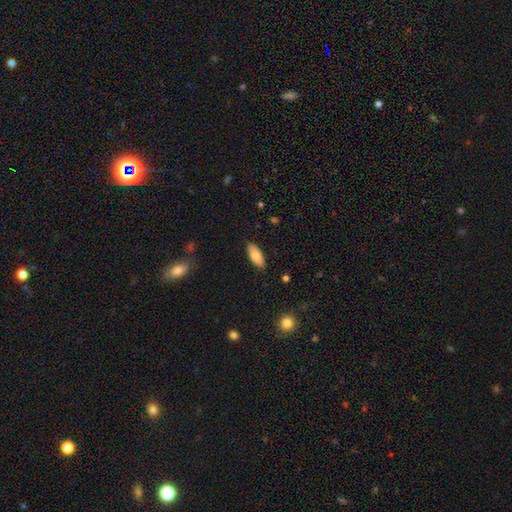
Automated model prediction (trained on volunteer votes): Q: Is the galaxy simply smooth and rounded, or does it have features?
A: smooth — 76%.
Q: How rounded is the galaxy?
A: in between — 80%.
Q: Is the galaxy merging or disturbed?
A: none — 87%.